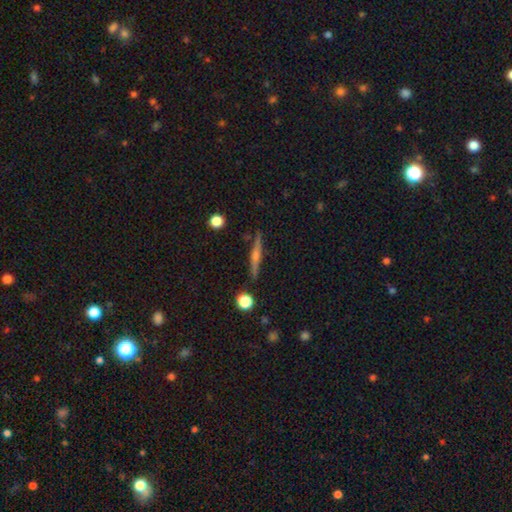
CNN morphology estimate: Overall: featured or disk (67%). Edge-on disk: yes (97%). Edge-on bulge: rounded (84%). Merging: none (89%).